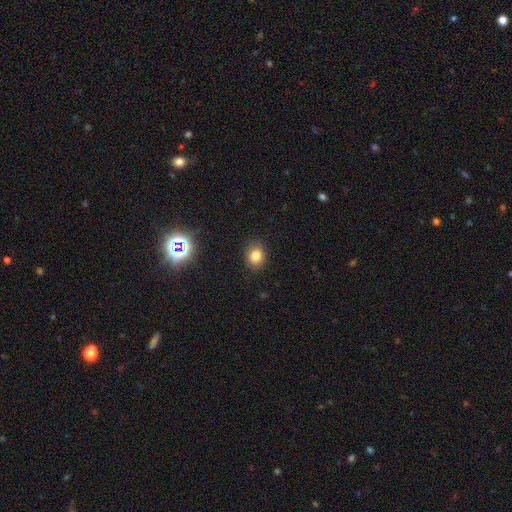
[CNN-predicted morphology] This is clearly a smooth galaxy (80%). How rounded: possibly round (55%). Merging: clearly none (87%).